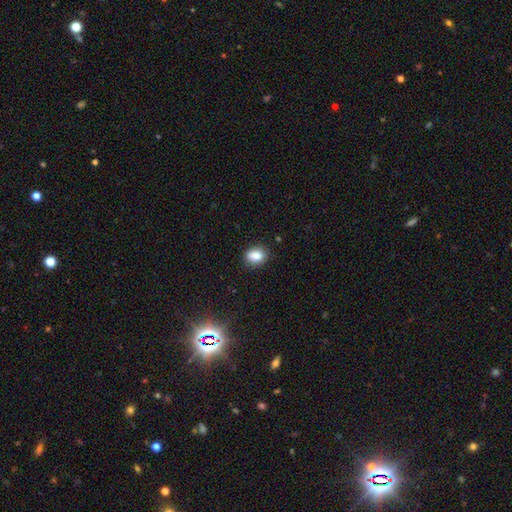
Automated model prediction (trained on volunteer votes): Morphology: type=smooth (85%); roundness=in between (59%); merging=none (84%).